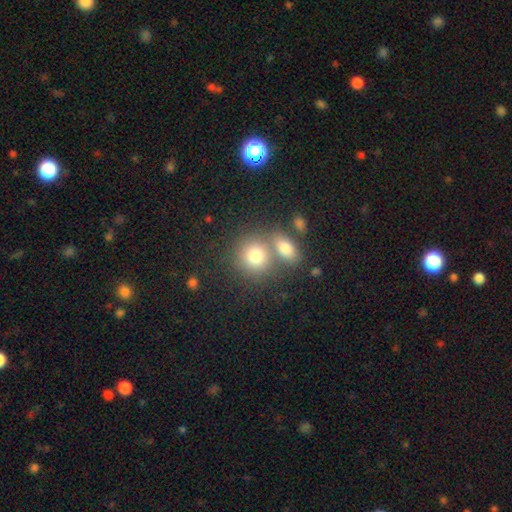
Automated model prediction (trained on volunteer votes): A smooth galaxy with no disk features (79%) that is round (80%).

Vote fractions:
- Smooth or featured? smooth: 79% / featured or disk: 12% / star or artifact: 10%
- How rounded? round: 80% / in between: 19% / cigar-shaped: 1%
- Merging? none: 49% / merger: 38% / minor disturbance: 9% / major disturbance: 4%